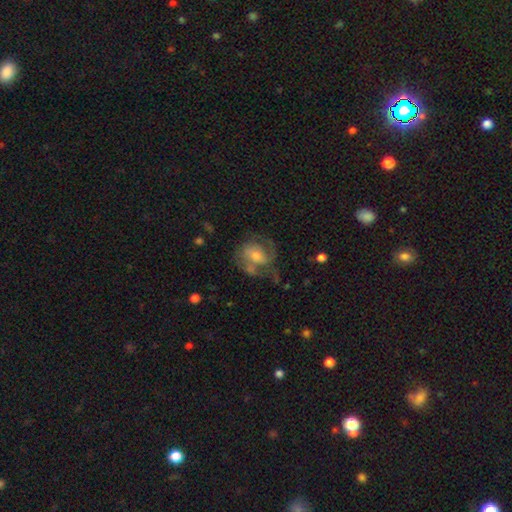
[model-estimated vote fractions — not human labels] smooth-or-featured: featured or disk: 63% | smooth: 29% | star or artifact: 8%
  disk-edge-on: no: 97% | yes: 3%
    bar: no: 52% | weak: 37% | strong: 11%
    has-spiral-arms: yes: 77% | no: 23%
    bulge-size: moderate: 60% | small: 29% | large: 7% | none: 3% | dominant: 1%
  merging: none: 44% | major disturbance: 26% | minor disturbance: 23% | merger: 8%